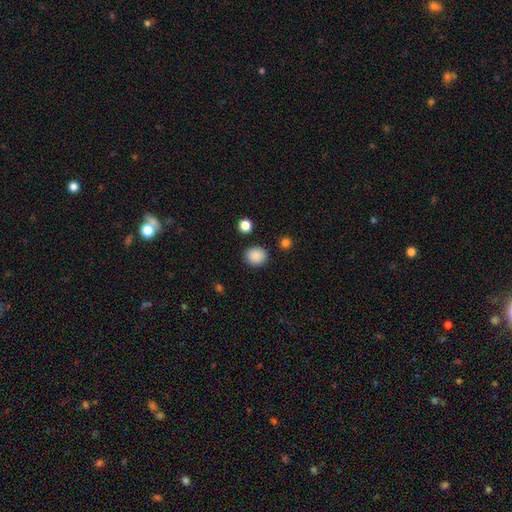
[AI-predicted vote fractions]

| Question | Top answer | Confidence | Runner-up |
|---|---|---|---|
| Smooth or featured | smooth | 88% | star or artifact (9%) |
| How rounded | round | 76% | in between (23%) |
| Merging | none | 87% | minor disturbance (8%) |